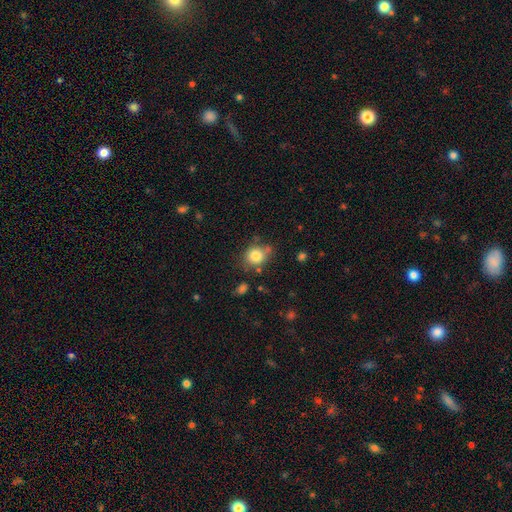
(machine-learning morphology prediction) The model was most divided on "how rounded": round: 73%, in between: 26%, cigar-shaped: 1%. More confident: smooth or featured — smooth (82%); merging — none (68%).